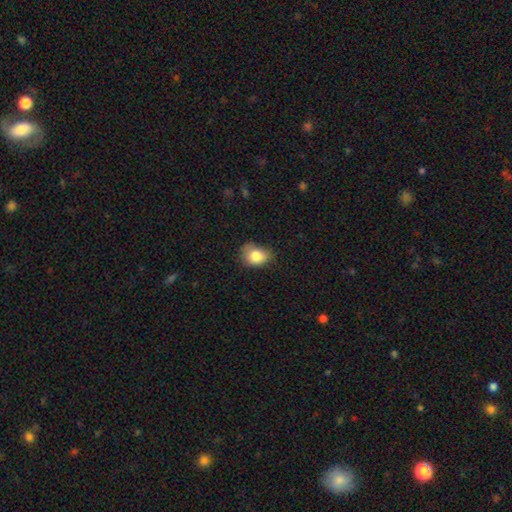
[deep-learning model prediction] A smooth galaxy with no disk features (81%) that is in between round and cigar-shaped (64%). Merging: none (56%).